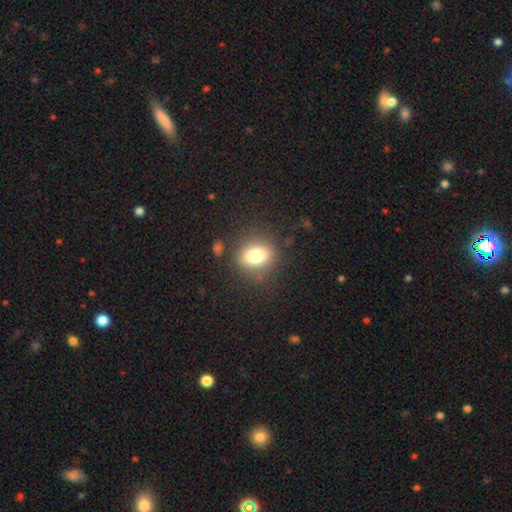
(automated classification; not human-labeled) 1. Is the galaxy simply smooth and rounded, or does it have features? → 77% smooth, 12% star or artifact, 11% featured or disk.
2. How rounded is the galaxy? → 53% round, 46% in between, 1% cigar-shaped.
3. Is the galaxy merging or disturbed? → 82% none, 10% minor disturbance, 5% major disturbance, 3% merger.